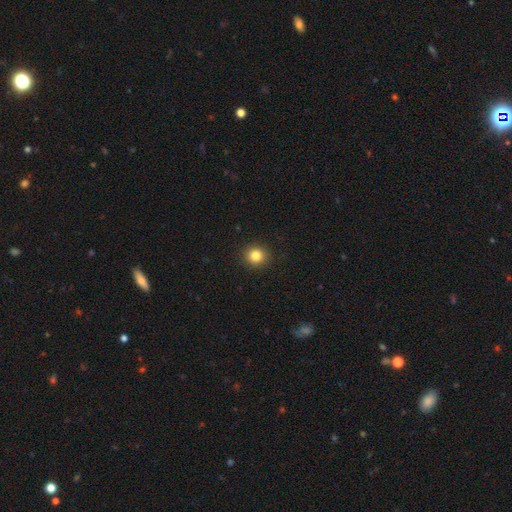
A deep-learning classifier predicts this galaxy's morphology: A smooth galaxy with no disk features (83%) that is round (90%). Merging: none (92%).